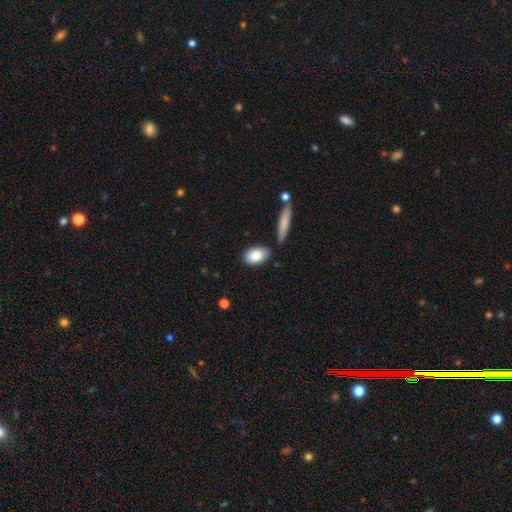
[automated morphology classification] This appears to be a smooth galaxy with no disk features (83%) that is in between round and cigar-shaped (89%). Merging: none (78%).